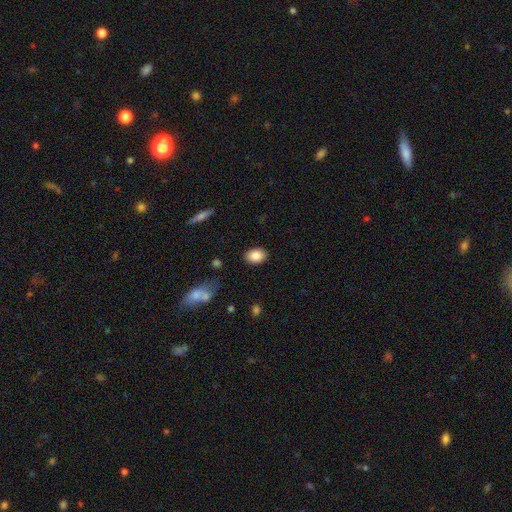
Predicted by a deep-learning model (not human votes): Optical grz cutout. It shows a smooth galaxy with no disk features (86%) that is in between round and cigar-shaped (76%). Merging: none (86%).